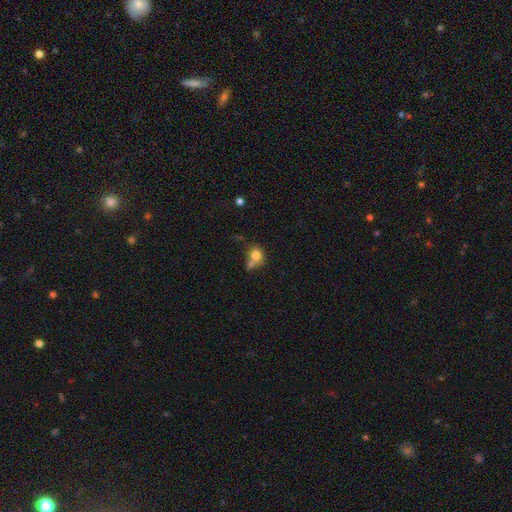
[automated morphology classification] The model was most divided on "merging": merger: 44%, none: 37%, minor disturbance: 12%, major disturbance: 6%. More confident: smooth or featured — smooth (77%); how rounded — round (64%).